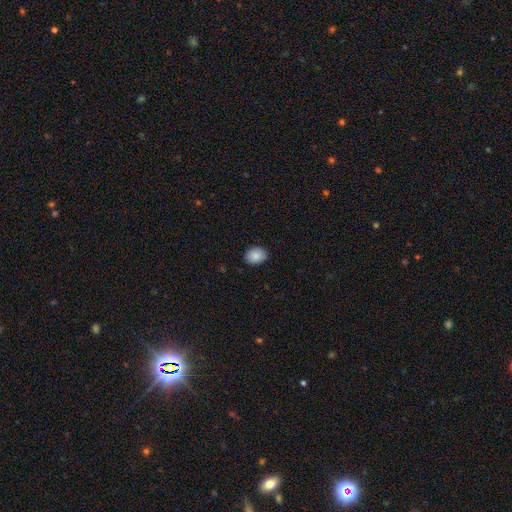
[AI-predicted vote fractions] This is clearly a smooth galaxy (87%). How rounded: likely in between (62%). Merging: clearly none (87%).